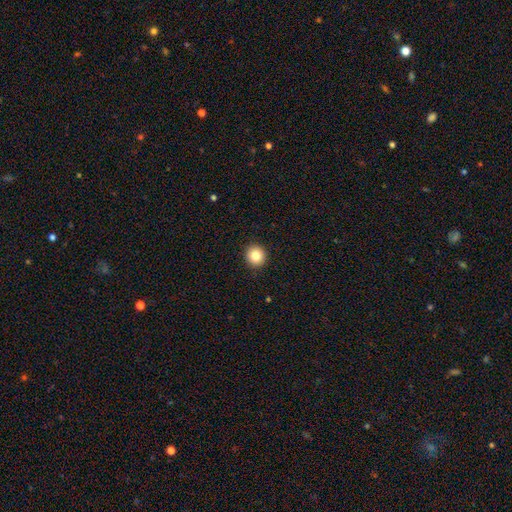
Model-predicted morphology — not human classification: Smooth or featured?
  - smooth: 83% *
  - star or artifact: 10%
  - featured or disk: 7%
How rounded?
  - round: 93% *
  - in between: 7%
  - cigar-shaped: 1%
Merging?
  - none: 93% *
  - minor disturbance: 5%
  - major disturbance: 1%
  - merger: 1%